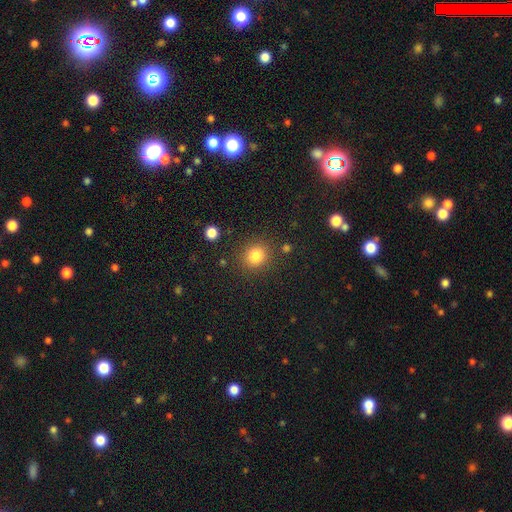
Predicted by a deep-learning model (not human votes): This is clearly a smooth galaxy (83%). How rounded: clearly round (83%). Merging: clearly none (85%).